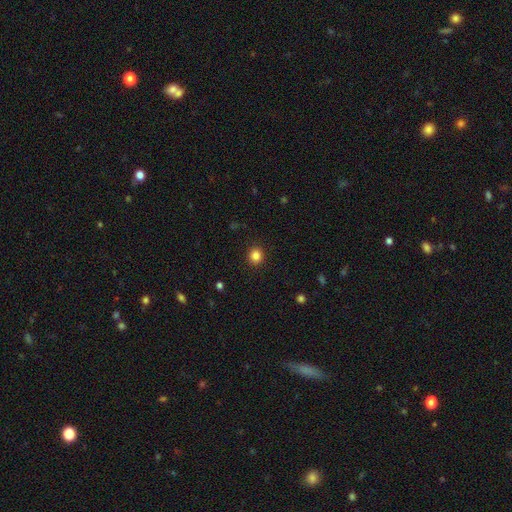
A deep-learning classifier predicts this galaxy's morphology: Smooth or featured?
  - smooth: 84% *
  - star or artifact: 12%
  - featured or disk: 4%
How rounded?
  - round: 90% *
  - in between: 9%
  - cigar-shaped: 1%
Merging?
  - none: 92% *
  - minor disturbance: 5%
  - major disturbance: 2%
  - merger: 1%